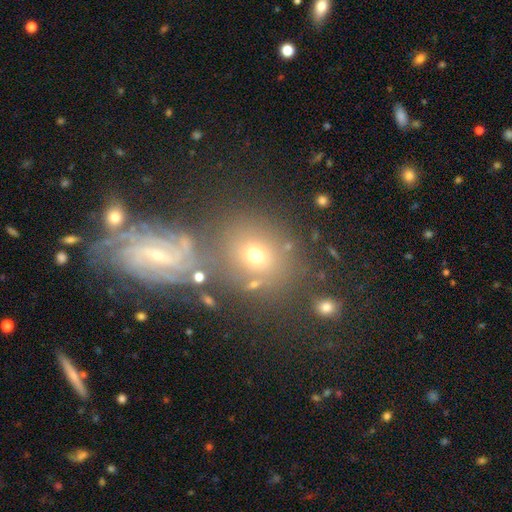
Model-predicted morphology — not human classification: A smooth galaxy with no disk features (50%) that is round (68%).

Vote fractions:
- Smooth or featured? smooth: 50% / featured or disk: 32% / star or artifact: 17%
- How rounded? round: 68% / in between: 31% / cigar-shaped: 1%
- Merging? none: 64% / merger: 15% / minor disturbance: 13% / major disturbance: 7%